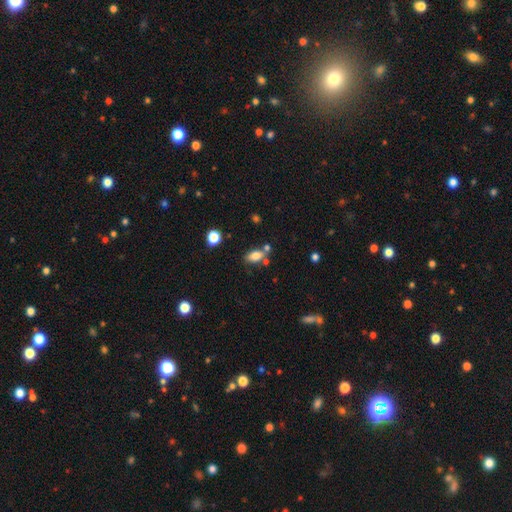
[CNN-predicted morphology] Smooth or featured?
  - smooth: 79% *
  - featured or disk: 11%
  - star or artifact: 10%
How rounded?
  - in between: 87% *
  - round: 8%
  - cigar-shaped: 5%
Merging?
  - none: 59% *
  - merger: 21%
  - minor disturbance: 15%
  - major disturbance: 5%